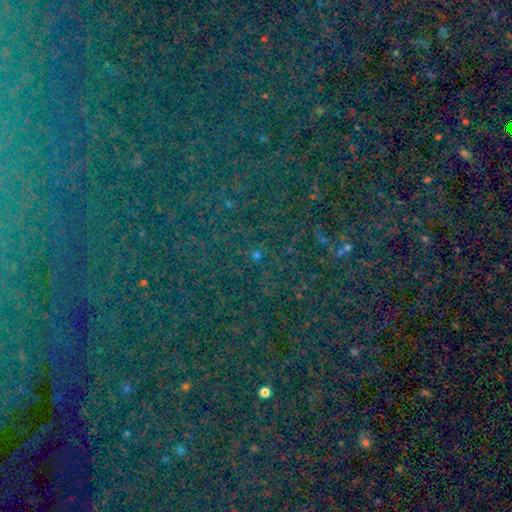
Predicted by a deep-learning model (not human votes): Overall: star or artifact (80%).